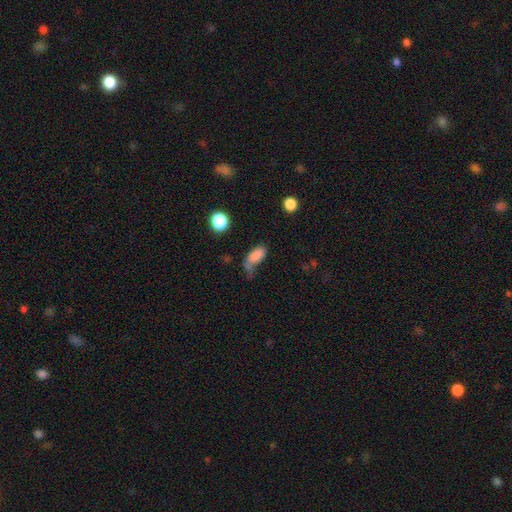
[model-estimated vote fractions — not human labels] Overall: smooth (83%). How rounded: in between (89%). Merging: none (38%; minor disturbance 28%).